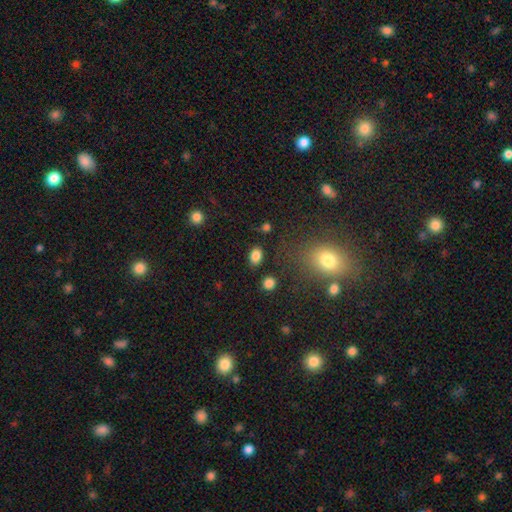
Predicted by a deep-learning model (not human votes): Smooth or featured?
  - smooth: 84% *
  - star or artifact: 11%
  - featured or disk: 5%
How rounded?
  - in between: 74% *
  - round: 24%
  - cigar-shaped: 1%
Merging?
  - none: 83% *
  - minor disturbance: 10%
  - major disturbance: 3%
  - merger: 3%